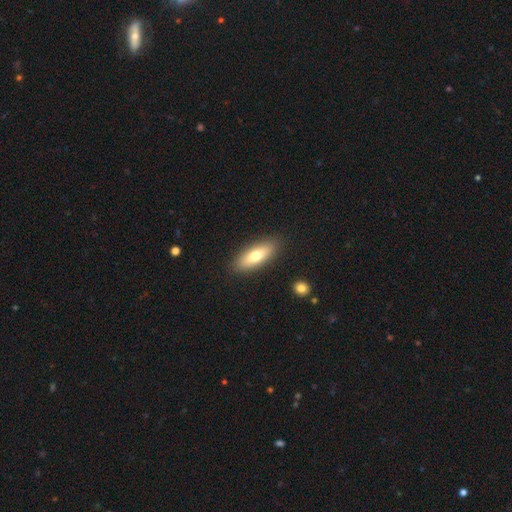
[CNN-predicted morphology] Overall: smooth (69%). How rounded: in between (65%; cigar-shaped 33%). Merging: none (88%).